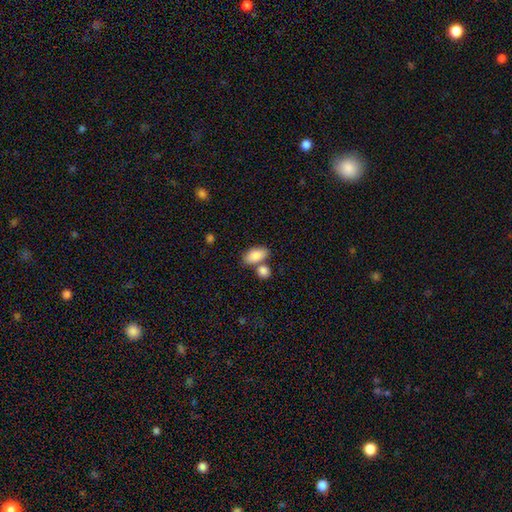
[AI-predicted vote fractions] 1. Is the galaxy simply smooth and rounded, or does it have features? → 85% smooth, 8% featured or disk, 7% star or artifact.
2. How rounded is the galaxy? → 91% in between, 6% round, 3% cigar-shaped.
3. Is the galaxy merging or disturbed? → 55% none, 29% merger, 12% minor disturbance, 4% major disturbance.